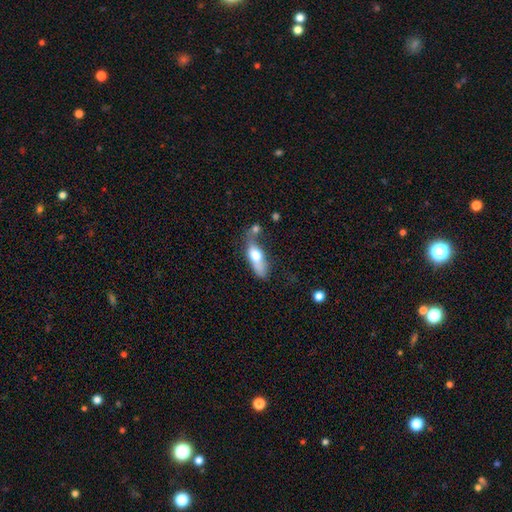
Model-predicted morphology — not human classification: A smooth galaxy with no disk features (64%) that is in between round and cigar-shaped (66%). Merging: none (35%).